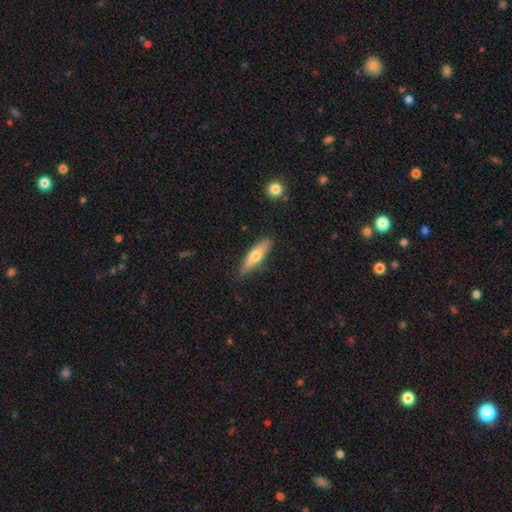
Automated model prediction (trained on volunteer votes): Overall: smooth (63%; featured or disk 31%). How rounded: cigar-shaped (69%; in between 29%). Merging: none (83%).